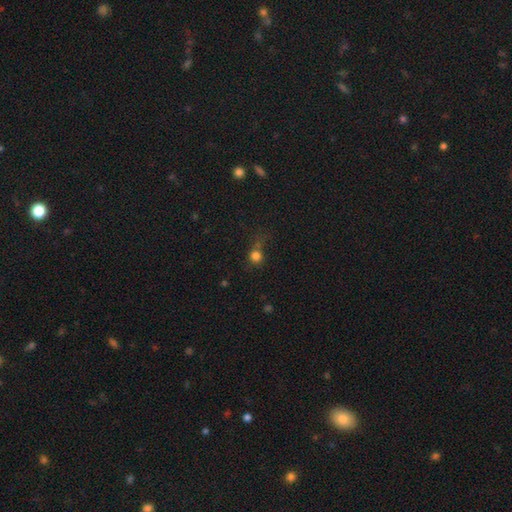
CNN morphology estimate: This is likely a smooth galaxy (77%). How rounded: clearly round (89%). Merging: possibly none (57%).